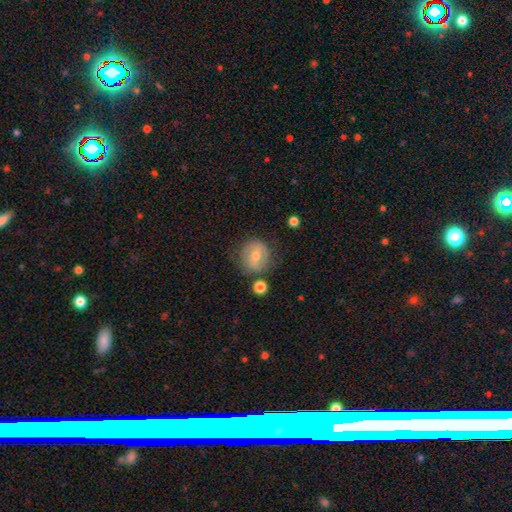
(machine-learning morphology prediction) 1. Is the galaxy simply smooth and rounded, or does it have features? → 56% smooth, 34% featured or disk, 11% star or artifact.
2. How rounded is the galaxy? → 82% round, 17% in between, 1% cigar-shaped.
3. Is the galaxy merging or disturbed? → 76% none, 15% minor disturbance, 5% major disturbance, 4% merger.